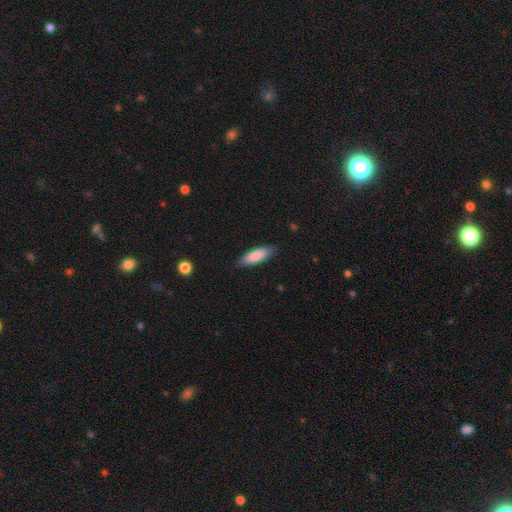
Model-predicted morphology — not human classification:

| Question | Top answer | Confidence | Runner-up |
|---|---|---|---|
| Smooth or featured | smooth | 84% | featured or disk (10%) |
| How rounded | in between | 54% | cigar-shaped (44%) |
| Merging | none | 86% | minor disturbance (11%) |